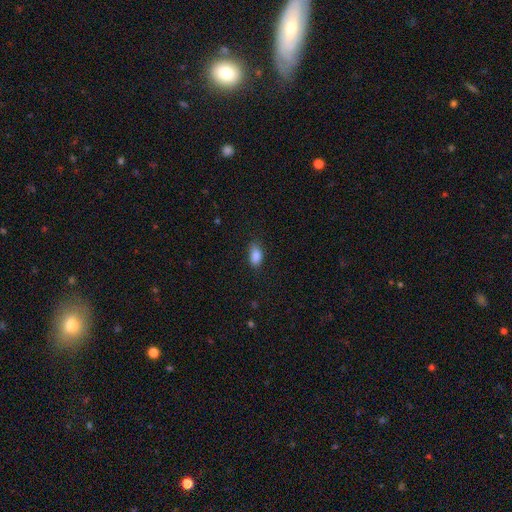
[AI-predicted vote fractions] Smooth or featured? Predicted: smooth (p=0.87). How rounded? Predicted: in between (p=0.89). Merging? Predicted: none (p=0.75).